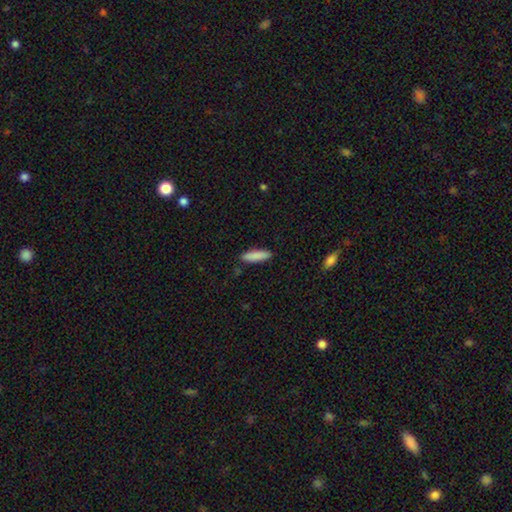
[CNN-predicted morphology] The model was most divided on "how rounded": cigar-shaped: 70%, in between: 29%, round: 1%. More confident: merging — none (89%); smooth or featured — smooth (87%).